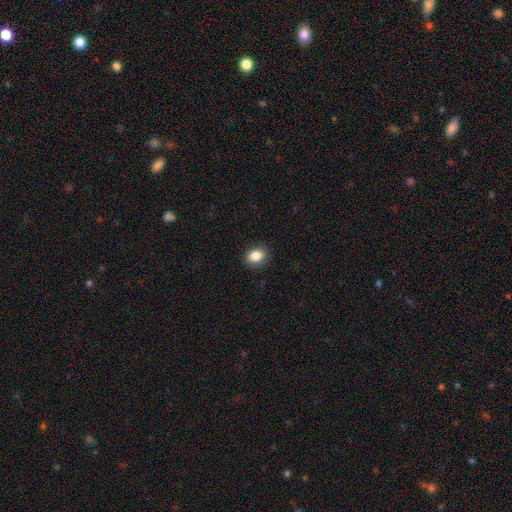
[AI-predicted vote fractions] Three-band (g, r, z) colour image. It shows a smooth galaxy with no disk features (85%) that is in between round and cigar-shaped (58%). Merging: none (87%).